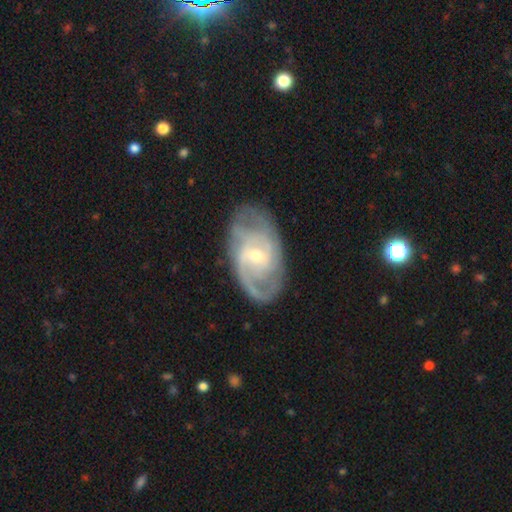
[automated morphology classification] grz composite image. It shows a featured or disk galaxy (84%) with a weak bar (45%), 2 (49%) medium (44%) spiral arms (93%) and a small central bulge (56%). Merging: none (73%).